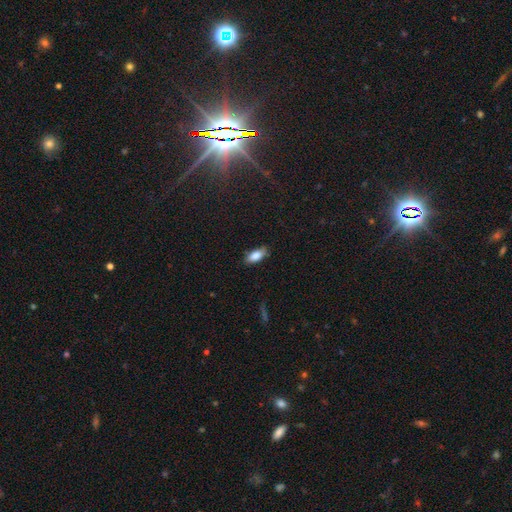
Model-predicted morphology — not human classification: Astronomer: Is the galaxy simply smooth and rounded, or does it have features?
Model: smooth — 84%.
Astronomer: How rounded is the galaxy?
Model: in between — 85%.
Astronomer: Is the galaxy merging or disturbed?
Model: none — 79%.